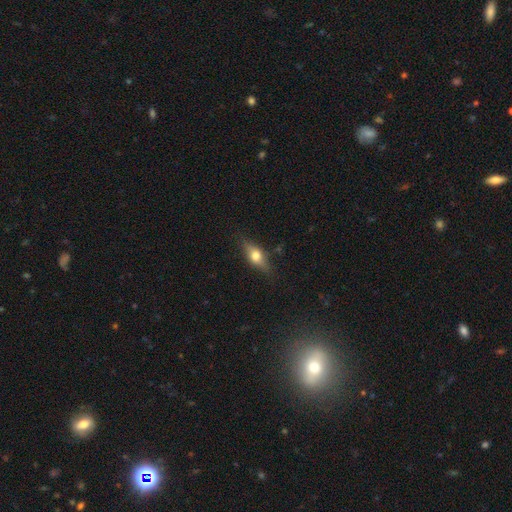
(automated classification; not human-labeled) Q: Smooth or featured?
A: smooth (53%); runner-up: featured or disk (39%)
Q: How rounded?
A: in between (67%); runner-up: cigar-shaped (25%)
Q: Merging?
A: none (79%); runner-up: minor disturbance (15%)